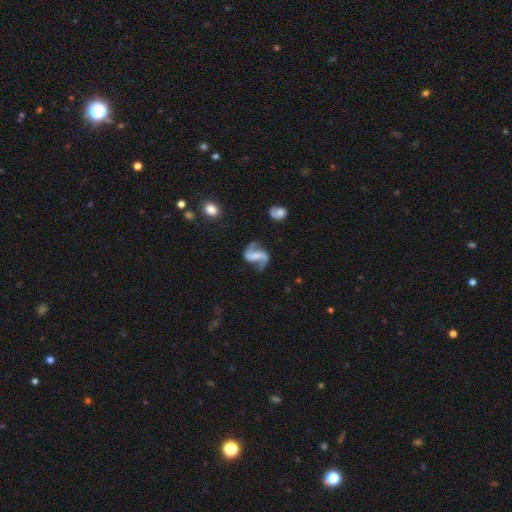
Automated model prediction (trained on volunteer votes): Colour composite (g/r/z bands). It shows a featured or disk galaxy (86%) with a weak bar (38%), 2 (92%) loose (66%) spiral arms (95%) and no central bulge (47%). Merging: none (69%).